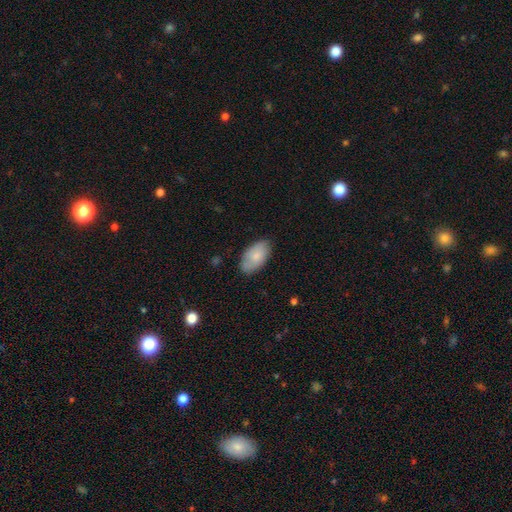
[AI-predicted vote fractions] Smooth or featured? Predicted: smooth (p=0.80). How rounded? Predicted: in between (p=0.95). Merging? Predicted: none (p=0.78).